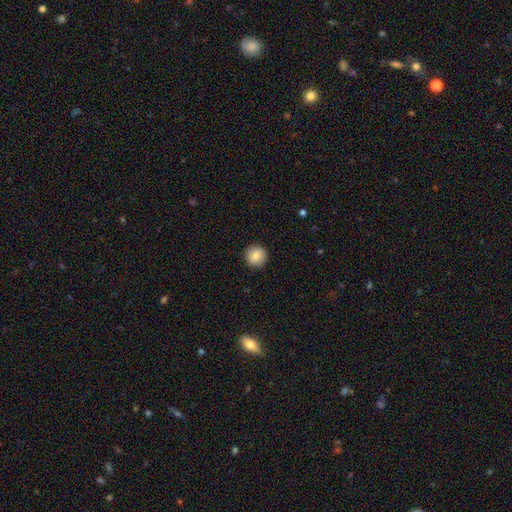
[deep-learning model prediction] Smooth or featured? smooth (86%)
How rounded? round (94%)
Merging? none (92%)